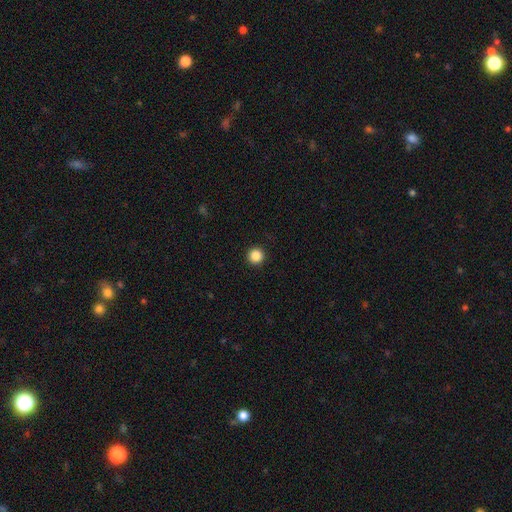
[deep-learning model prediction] Q: Smooth or featured?
A: smooth (86%); runner-up: star or artifact (11%)
Q: How rounded?
A: round (96%); runner-up: in between (3%)
Q: Merging?
A: none (93%); runner-up: minor disturbance (4%)